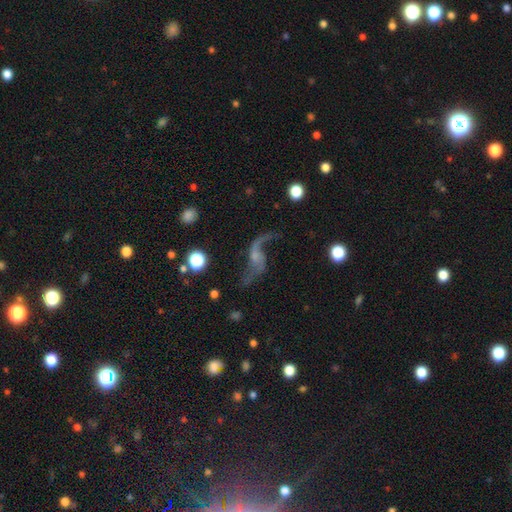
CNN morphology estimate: Q: Smooth or featured?
A: featured or disk (83%); runner-up: star or artifact (9%)
Q: Edge-on disk?
A: no (94%); runner-up: yes (6%)
Q: Bar?
A: no (59%); runner-up: weak (31%)
Q: Spiral arms?
A: yes (94%); runner-up: no (6%)
Q: Spiral winding?
A: loose (92%); runner-up: medium (6%)
Q: Spiral arm count?
A: 2 (91%); runner-up: 1 (4%)
Q: Bulge size?
A: small (48%); runner-up: none (29%)
Q: Merging?
A: none (63%); runner-up: major disturbance (17%)